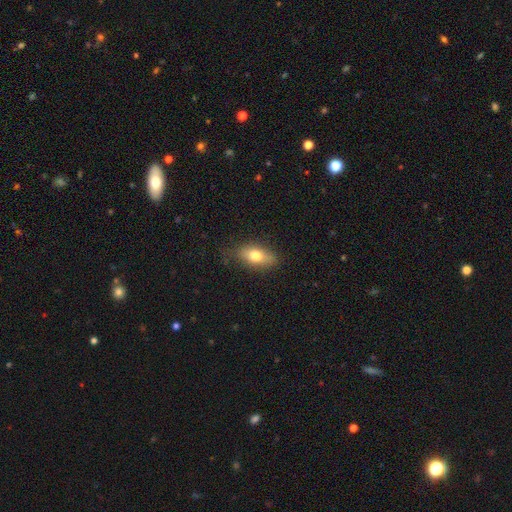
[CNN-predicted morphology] A smooth galaxy with no disk features (73%) that is in between round and cigar-shaped (82%). Merging: none (78%).